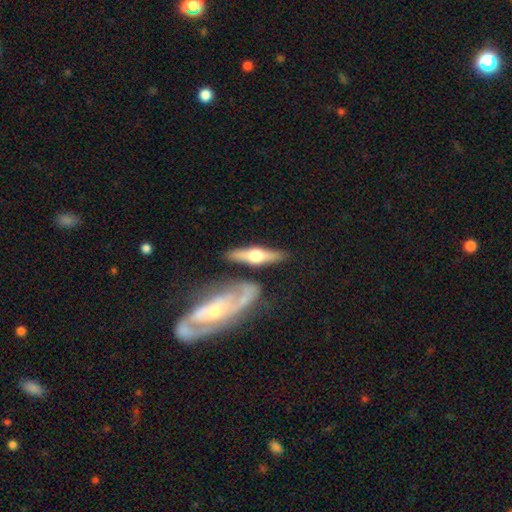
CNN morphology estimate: Smooth or featured? Predicted: featured or disk (p=0.65). Edge-on disk? Predicted: yes (p=0.93). Edge-on bulge? Predicted: rounded (p=0.95). Merging? Predicted: none (p=0.75).